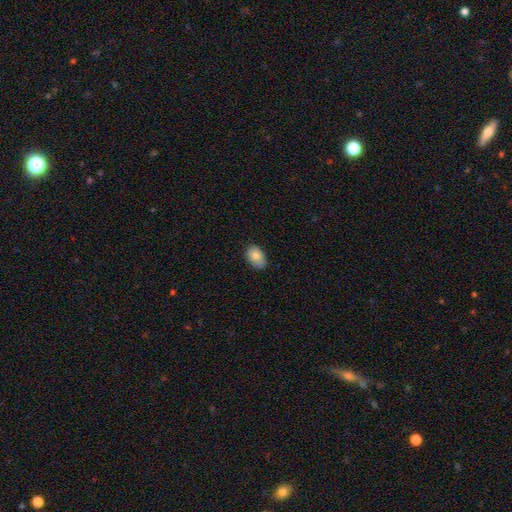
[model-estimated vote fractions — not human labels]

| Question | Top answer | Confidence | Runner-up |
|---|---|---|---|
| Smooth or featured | smooth | 77% | featured or disk (15%) |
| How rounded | in between | 83% | round (16%) |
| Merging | none | 75% | minor disturbance (21%) |